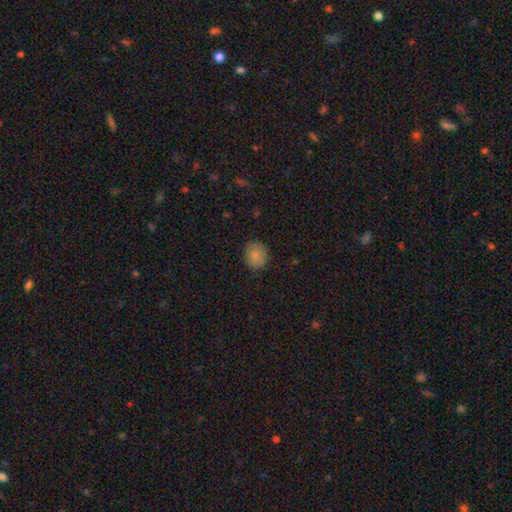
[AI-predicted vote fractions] smooth_or_featured: smooth (p=0.84) [alt: star or artifact p=0.09]
how_rounded: round (p=0.61) [alt: in between p=0.38]
merging: none (p=0.84) [alt: minor disturbance p=0.12]